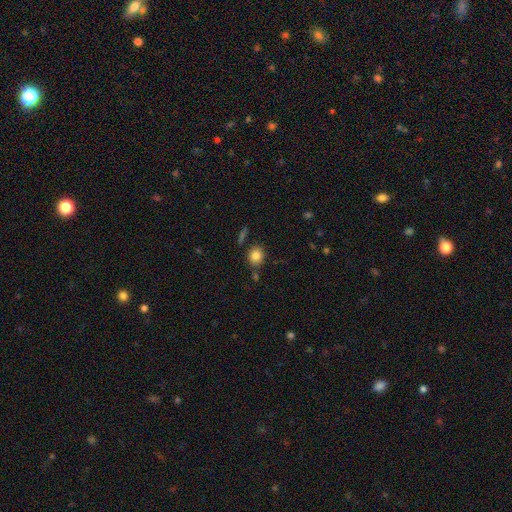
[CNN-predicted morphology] Smooth or featured?
  - smooth: 83% *
  - star or artifact: 10%
  - featured or disk: 7%
How rounded?
  - round: 69% *
  - in between: 30%
  - cigar-shaped: 1%
Merging?
  - none: 76% *
  - minor disturbance: 13%
  - merger: 8%
  - major disturbance: 4%